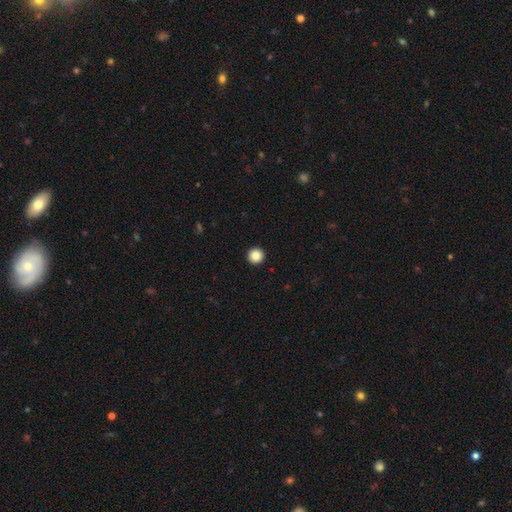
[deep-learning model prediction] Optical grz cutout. It shows a smooth galaxy with no disk features (86%) that is round (97%). Merging: none (94%).